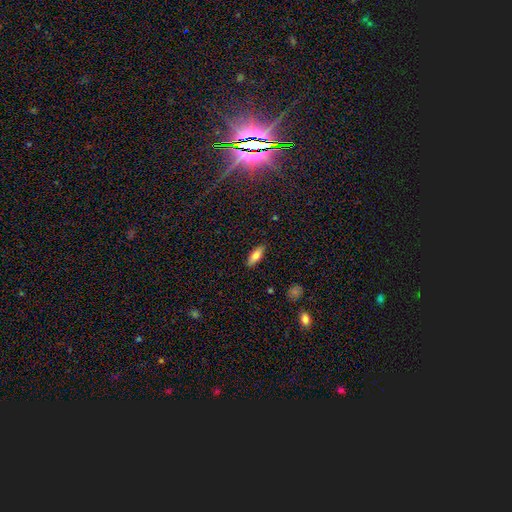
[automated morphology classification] Smooth or featured?
  - smooth: 76% *
  - featured or disk: 17%
  - star or artifact: 7%
How rounded?
  - in between: 68% *
  - cigar-shaped: 30%
  - round: 2%
Merging?
  - none: 88% *
  - minor disturbance: 9%
  - major disturbance: 2%
  - merger: 1%